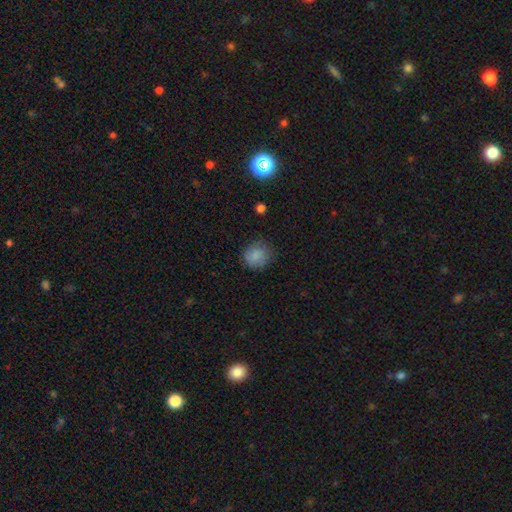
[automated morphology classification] This is clearly a smooth galaxy (83%). How rounded: clearly round (85%). Merging: likely none (74%).